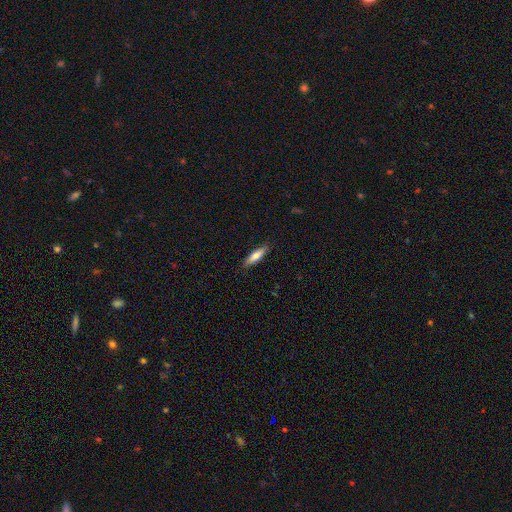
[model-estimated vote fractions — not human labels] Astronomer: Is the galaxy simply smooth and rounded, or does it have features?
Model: smooth — 77%.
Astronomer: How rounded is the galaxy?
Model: cigar-shaped — 63%.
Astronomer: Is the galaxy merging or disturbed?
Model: none — 85%.